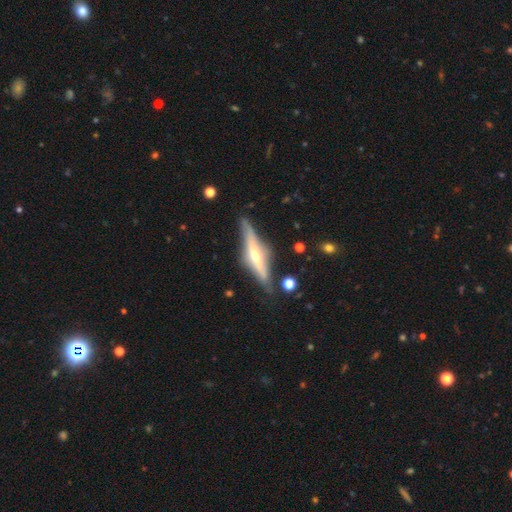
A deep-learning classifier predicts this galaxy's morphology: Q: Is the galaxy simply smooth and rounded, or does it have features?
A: featured or disk — 70%.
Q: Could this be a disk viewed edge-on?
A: yes — 93%.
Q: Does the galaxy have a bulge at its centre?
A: rounded — 78%.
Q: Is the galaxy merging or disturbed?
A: none — 75%.